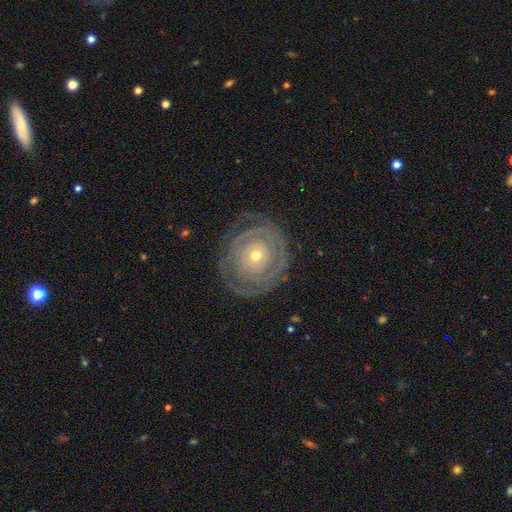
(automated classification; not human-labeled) featured or disk 71%, smooth 23%, star or artifact 6%. Down the decision tree: edge-on disk — no (96%); bar — no (88%); spiral arms — yes (60%); bulge size — small (57%); merging — none (73%).